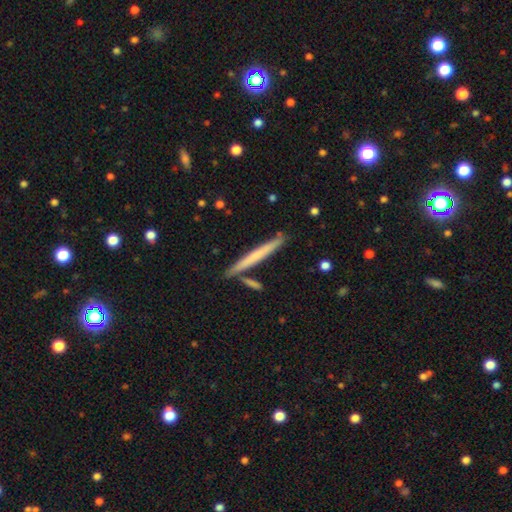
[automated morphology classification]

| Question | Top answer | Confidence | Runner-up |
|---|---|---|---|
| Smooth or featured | smooth | 53% | featured or disk (42%) |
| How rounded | cigar-shaped | 97% | in between (2%) |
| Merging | none | 84% | minor disturbance (9%) |